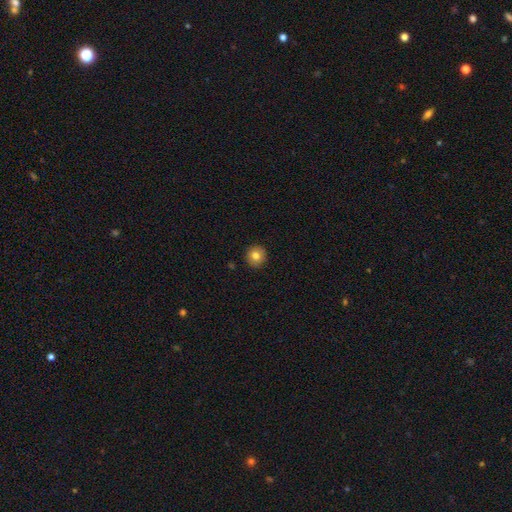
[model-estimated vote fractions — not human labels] smooth 80%, featured or disk 10%, star or artifact 9%. Down the decision tree: how rounded — round (94%); merging — none (92%).